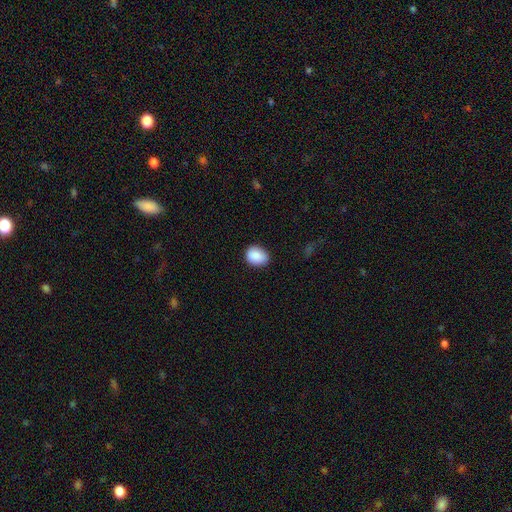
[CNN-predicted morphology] Smooth or featured: smooth — 88% (star or artifact — 7%)
How rounded: in between — 53% (round — 46%)
Merging: none — 83% (minor disturbance — 13%)